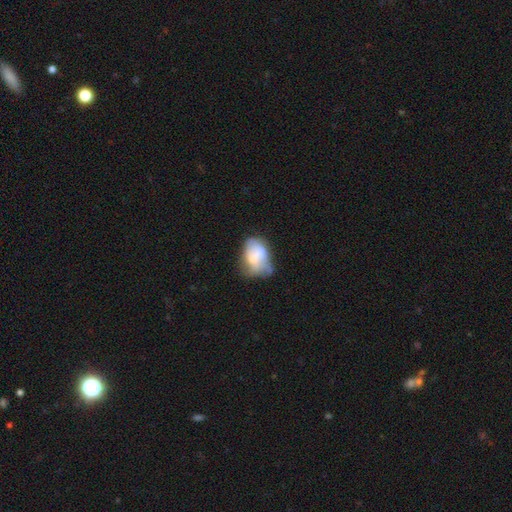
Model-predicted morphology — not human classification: Smooth or featured? Predicted: smooth (p=0.58). How rounded? Predicted: in between (p=0.79). Merging? Predicted: minor disturbance (p=0.34).